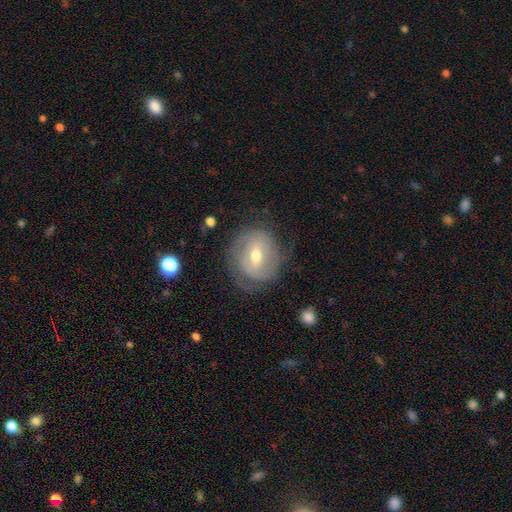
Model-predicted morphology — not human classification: This appears to be a featured or disk galaxy (72%) with a weak bar (50%), 2 (51%) tight (57%) spiral arms (78%) and a moderate central bulge (68%). Merging: none (70%).